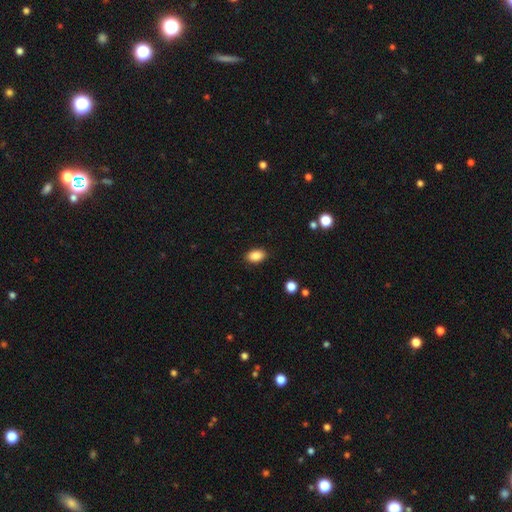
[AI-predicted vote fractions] The model was most divided on "how rounded": in between: 89%, round: 9%, cigar-shaped: 2%. More confident: merging — none (89%); smooth or featured — smooth (88%).